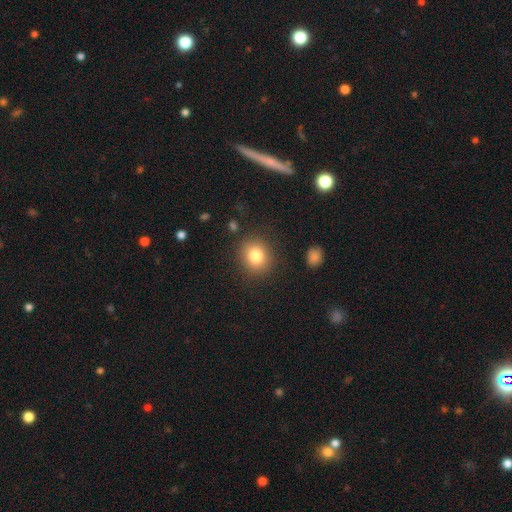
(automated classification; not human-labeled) Smooth or featured?
  - smooth: 81% *
  - star or artifact: 11%
  - featured or disk: 8%
How rounded?
  - round: 78% *
  - in between: 21%
  - cigar-shaped: 1%
Merging?
  - none: 86% *
  - minor disturbance: 9%
  - major disturbance: 4%
  - merger: 2%